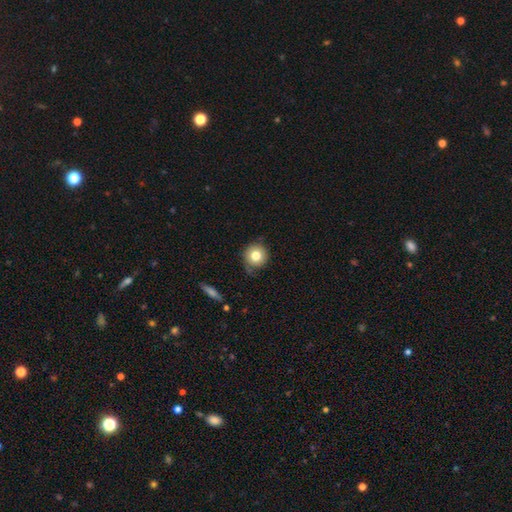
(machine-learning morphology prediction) This appears to be a smooth galaxy with no disk features (78%) that is round (93%). Merging: none (76%).